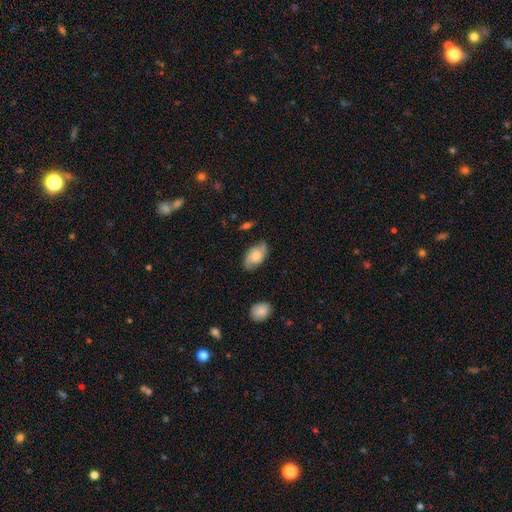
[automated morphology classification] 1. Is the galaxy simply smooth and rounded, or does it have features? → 51% featured or disk, 42% smooth, 8% star or artifact.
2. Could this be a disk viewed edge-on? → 94% no, 6% yes.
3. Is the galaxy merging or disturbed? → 73% none, 20% minor disturbance, 5% major disturbance, 2% merger.